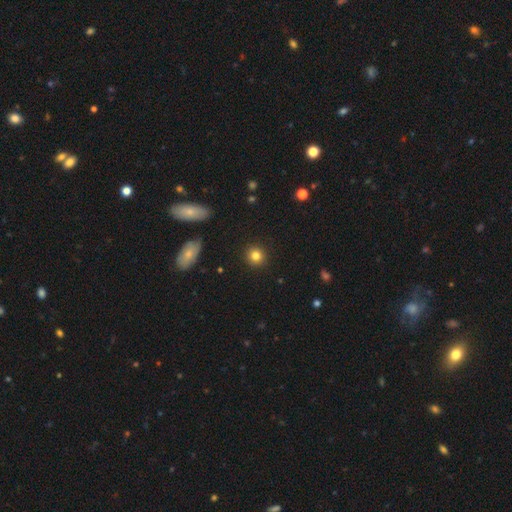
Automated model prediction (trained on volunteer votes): Smooth or featured?
  - smooth: 83% *
  - star or artifact: 11%
  - featured or disk: 6%
How rounded?
  - round: 91% *
  - in between: 8%
  - cigar-shaped: 1%
Merging?
  - none: 92% *
  - minor disturbance: 5%
  - major disturbance: 2%
  - merger: 1%